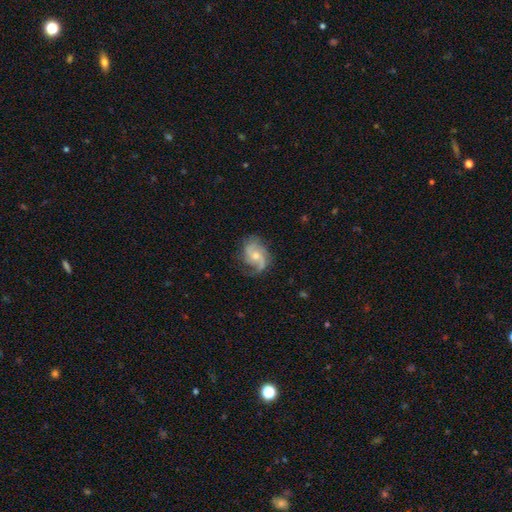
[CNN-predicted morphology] smooth-or-featured: featured or disk: 81% | smooth: 13% | star or artifact: 6%
  disk-edge-on: no: 97% | yes: 3%
    bar: no: 61% | weak: 33% | strong: 6%
    has-spiral-arms: yes: 95% | no: 5%
      spiral-winding: medium: 44% | loose: 41% | tight: 16%
      spiral-arm-count: 2: 66% | 3: 10% | 1: 10% | can't tell: 9% | 4: 2% | more than 4: 2%
    bulge-size: moderate: 56% | small: 37% | large: 3% | none: 3% | dominant: 1%
  merging: none: 66% | minor disturbance: 21% | major disturbance: 11% | merger: 2%